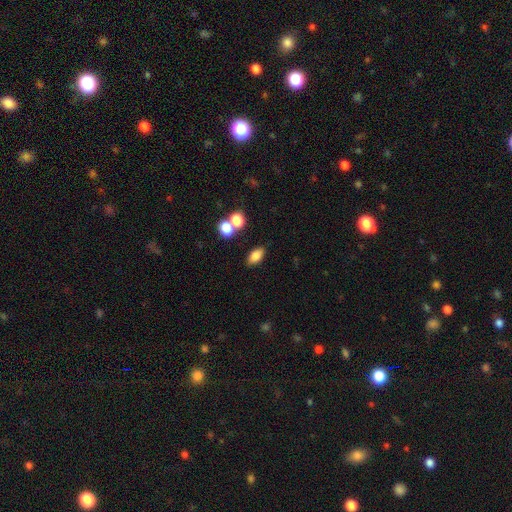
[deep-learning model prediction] A smooth galaxy with no disk features (81%) that is in between round and cigar-shaped (87%).

Vote fractions:
- Smooth or featured? smooth: 81% / star or artifact: 10% / featured or disk: 9%
- How rounded? in between: 87% / round: 9% / cigar-shaped: 4%
- Merging? none: 79% / minor disturbance: 10% / merger: 8% / major disturbance: 3%